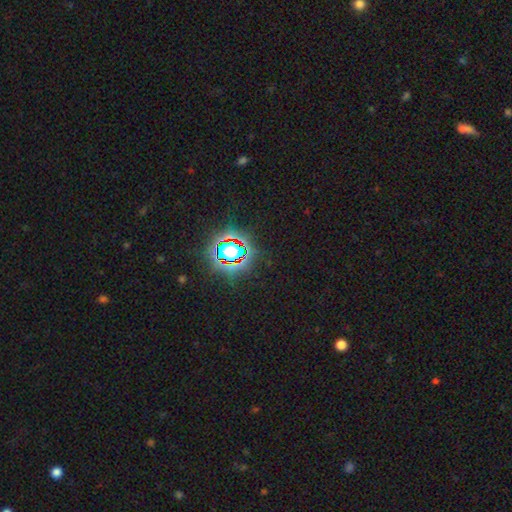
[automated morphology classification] A star or artifact, not a galaxy (80%).